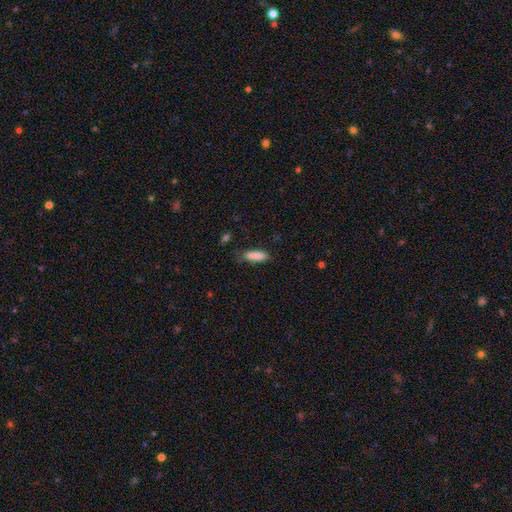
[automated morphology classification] Smooth or featured?
  - smooth: 86% *
  - star or artifact: 7%
  - featured or disk: 7%
How rounded?
  - in between: 58% *
  - cigar-shaped: 40%
  - round: 2%
Merging?
  - none: 67% *
  - minor disturbance: 24%
  - major disturbance: 6%
  - merger: 3%